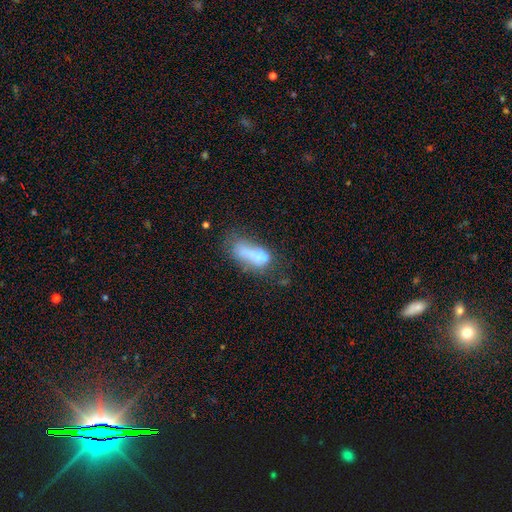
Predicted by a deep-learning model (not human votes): This appears to be a smooth galaxy with no disk features (55%) that is in between round and cigar-shaped (78%). Merging: merger (35%).